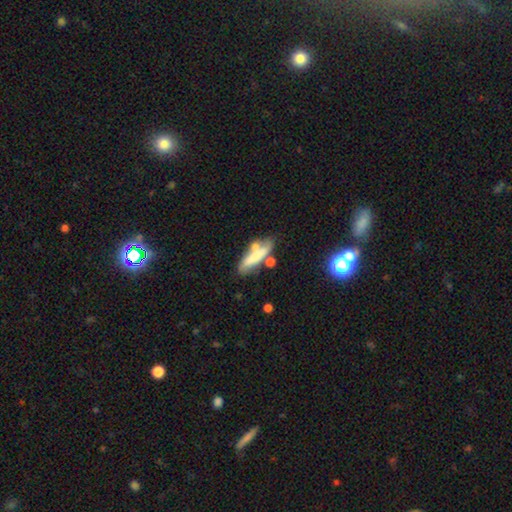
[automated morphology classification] Smooth or featured? smooth (58%)
How rounded? cigar-shaped (59%)
Merging? none (47%)